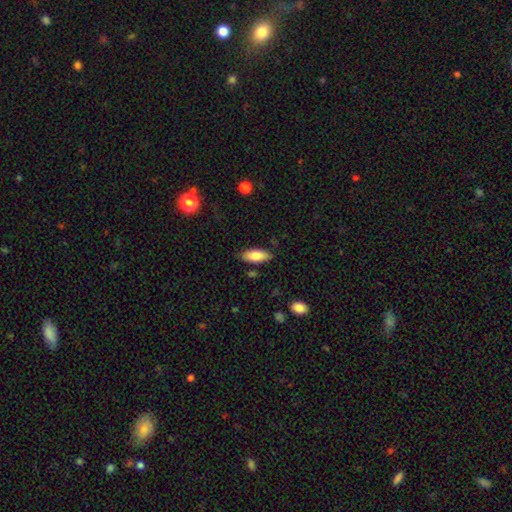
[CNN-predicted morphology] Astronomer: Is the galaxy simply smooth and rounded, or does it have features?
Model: smooth — 78%.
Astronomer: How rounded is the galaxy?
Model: in between — 80%.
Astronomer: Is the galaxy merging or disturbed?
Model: none — 84%.